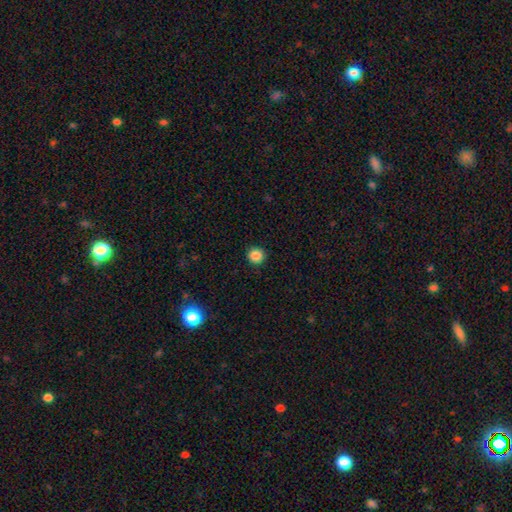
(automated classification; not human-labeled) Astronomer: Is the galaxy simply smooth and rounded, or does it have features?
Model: smooth — 87%.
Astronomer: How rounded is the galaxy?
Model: round — 94%.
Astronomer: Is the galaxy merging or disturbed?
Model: none — 93%.